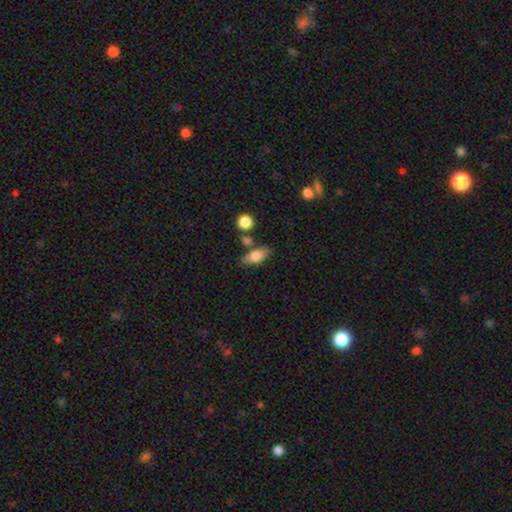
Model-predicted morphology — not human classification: smooth-or-featured: smooth: 74% | featured or disk: 18% | star or artifact: 7%
  how-rounded: in between: 77% | cigar-shaped: 17% | round: 6%
  merging: none: 71% | minor disturbance: 15% | merger: 10% | major disturbance: 4%